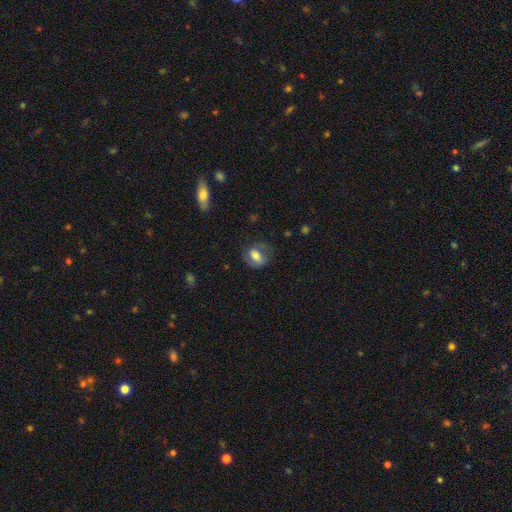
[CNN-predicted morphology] type=smooth (67%); roundness=in between (65%); merging=none (62%).